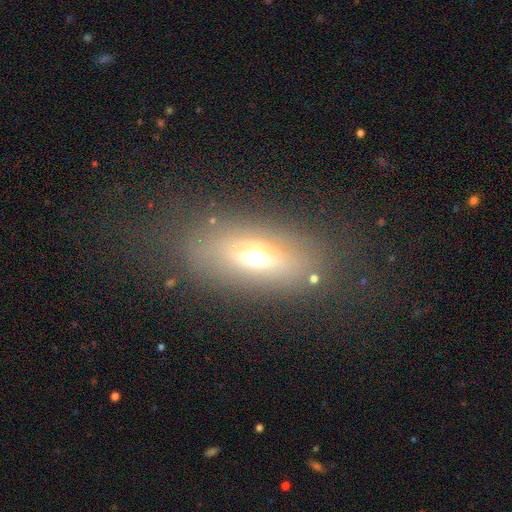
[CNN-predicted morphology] type=smooth (53%); roundness=in between (76%); merging=none (73%).